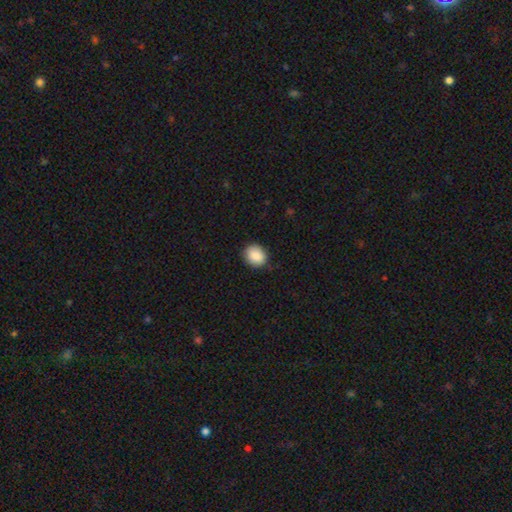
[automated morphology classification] This is clearly a smooth galaxy (88%). How rounded: likely round (64%). Merging: clearly none (85%).